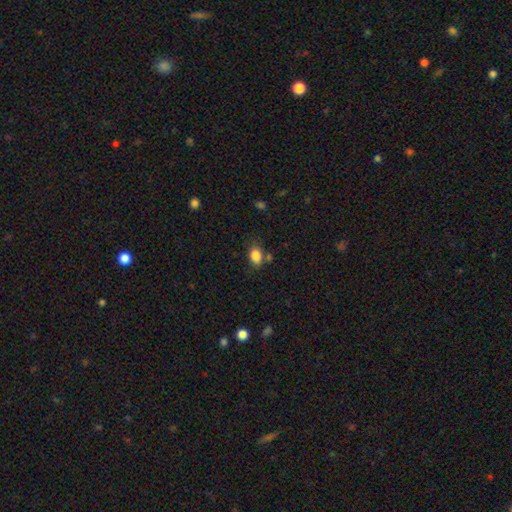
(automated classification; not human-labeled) Q: Smooth or featured?
A: smooth (86%); runner-up: star or artifact (9%)
Q: How rounded?
A: in between (76%); runner-up: round (23%)
Q: Merging?
A: none (72%); runner-up: minor disturbance (16%)